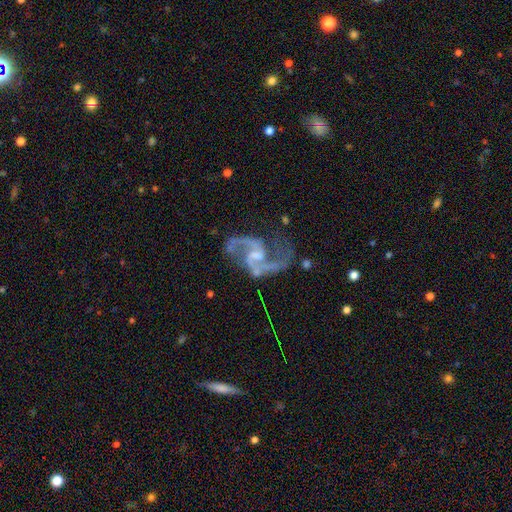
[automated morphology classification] smooth_or_featured: featured or disk (p=0.92) [alt: star or artifact p=0.05]
disk_edge_on: no (p=0.98) [alt: yes p=0.02]
bar: weak (p=0.52) [alt: no p=0.34]
has_spiral_arms: yes (p=0.97) [alt: no p=0.03]
spiral_winding: loose (p=0.49) [alt: medium p=0.44]
spiral_arm_count: 2 (p=0.92) [alt: 3 p=0.02]
bulge_size: small (p=0.44) [alt: moderate p=0.26]
merging: none (p=0.60) [alt: minor disturbance p=0.18]